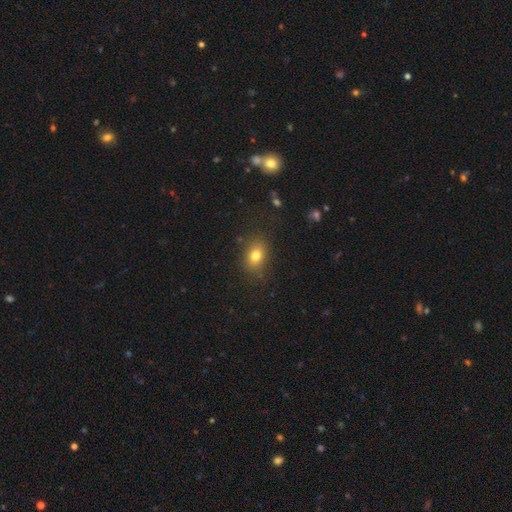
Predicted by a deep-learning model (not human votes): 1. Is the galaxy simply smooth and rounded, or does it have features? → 78% smooth, 12% star or artifact, 10% featured or disk.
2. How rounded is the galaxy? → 65% in between, 34% round, 2% cigar-shaped.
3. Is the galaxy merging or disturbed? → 81% none, 13% minor disturbance, 4% major disturbance, 2% merger.